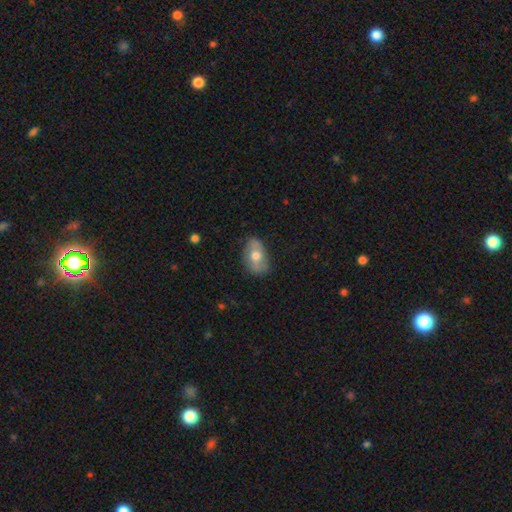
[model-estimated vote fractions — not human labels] This is possibly a smooth galaxy (60%). How rounded: clearly in between (87%). Merging: likely none (74%).